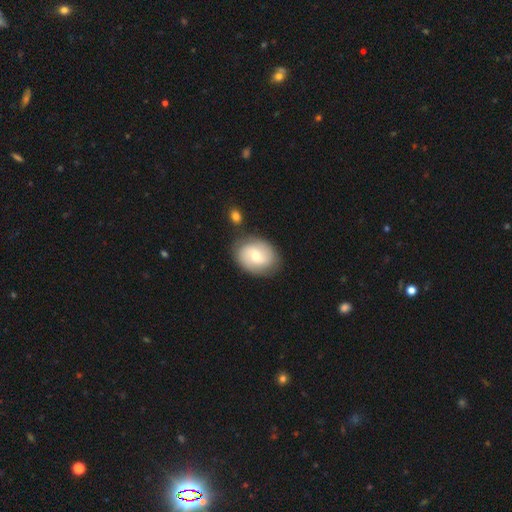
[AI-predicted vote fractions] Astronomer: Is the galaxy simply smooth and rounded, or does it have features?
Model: featured or disk — 55% (runner-up: smooth, 39%).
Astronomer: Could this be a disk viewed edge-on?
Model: no — 97%.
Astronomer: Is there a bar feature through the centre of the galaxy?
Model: weak — 48% (runner-up: no, 43%).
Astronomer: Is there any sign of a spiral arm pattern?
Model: yes — 84%.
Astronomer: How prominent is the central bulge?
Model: moderate — 56% (runner-up: small, 39%).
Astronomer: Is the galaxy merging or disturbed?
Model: none — 79%.